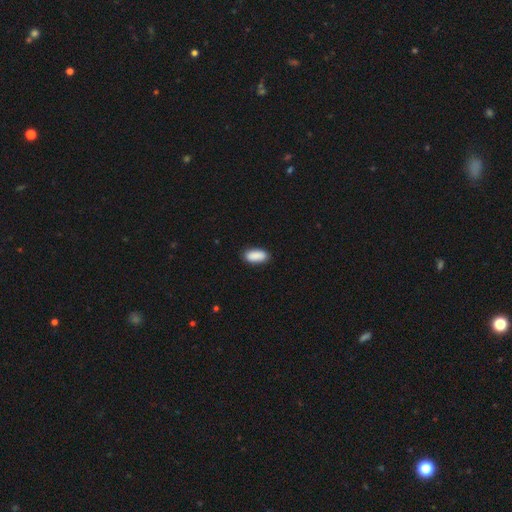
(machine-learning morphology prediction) Smooth or featured? Predicted: smooth (p=0.90). How rounded? Predicted: in between (p=0.89). Merging? Predicted: none (p=0.86).